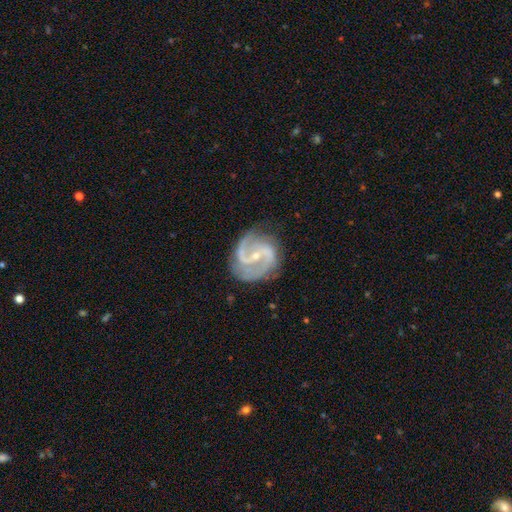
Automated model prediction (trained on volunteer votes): Morphology: type=featured or disk (92%); edge-on=no (98%); bar=weak (44%); spiral arms=yes (98%); winding=medium (58%); arm count=2 (87%); bulge=small (74%); merging=none (75%).